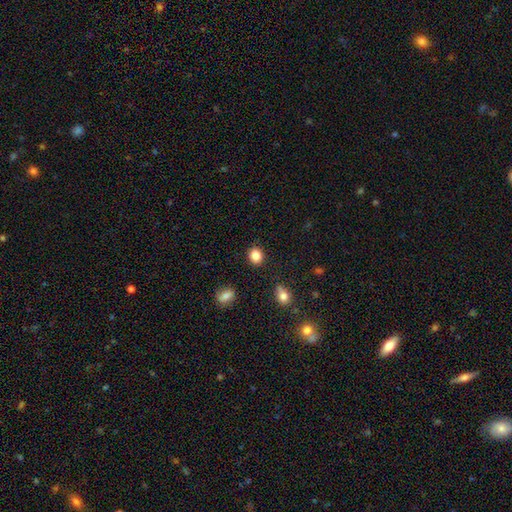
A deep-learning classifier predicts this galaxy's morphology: Smooth or featured? Predicted: smooth (p=0.85). How rounded? Predicted: round (p=0.70). Merging? Predicted: none (p=0.88).